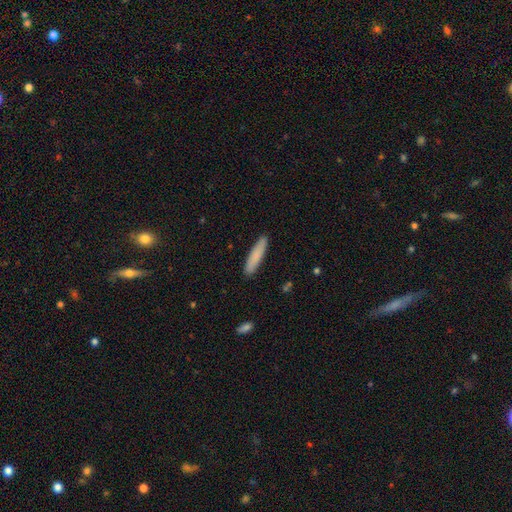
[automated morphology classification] Smooth or featured: smooth — 82% (featured or disk — 12%)
How rounded: cigar-shaped — 86% (in between — 13%)
Merging: none — 89% (minor disturbance — 8%)